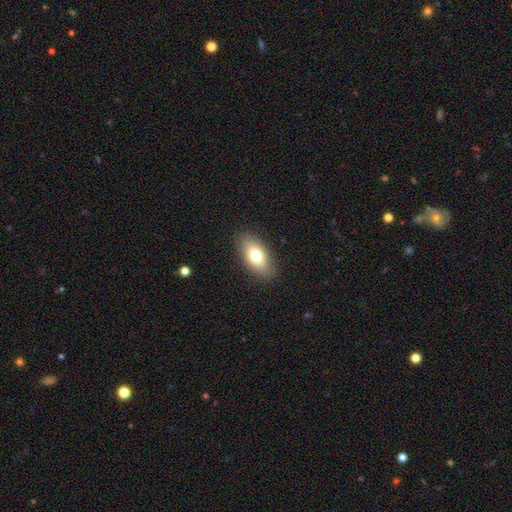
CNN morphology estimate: smooth 75%, featured or disk 18%, star or artifact 8%. Down the decision tree: how rounded — in between (89%); merging — none (87%).